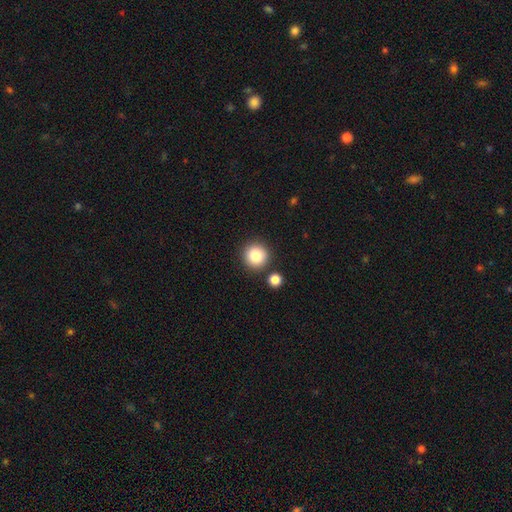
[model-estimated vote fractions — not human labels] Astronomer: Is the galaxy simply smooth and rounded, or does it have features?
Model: smooth — 84%.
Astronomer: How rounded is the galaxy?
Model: round — 95%.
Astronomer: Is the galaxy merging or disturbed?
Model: none — 85%.